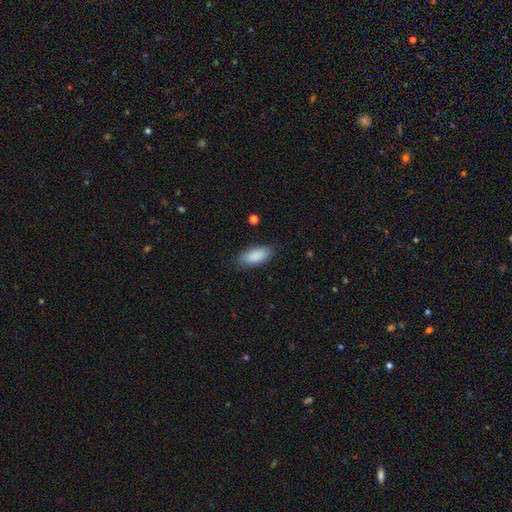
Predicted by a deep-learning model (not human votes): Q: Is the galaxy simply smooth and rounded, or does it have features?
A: smooth — 89%.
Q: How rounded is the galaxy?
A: in between — 86%.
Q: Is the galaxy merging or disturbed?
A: none — 84%.